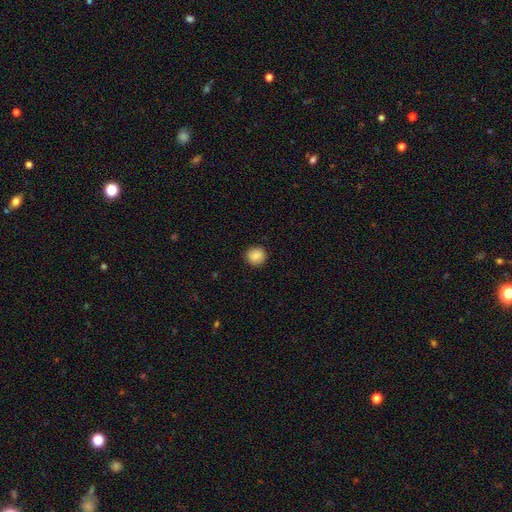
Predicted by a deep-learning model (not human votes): smooth_or_featured: smooth (p=0.87) [alt: star or artifact p=0.08]
how_rounded: round (p=0.92) [alt: in between p=0.07]
merging: none (p=0.91) [alt: minor disturbance p=0.06]